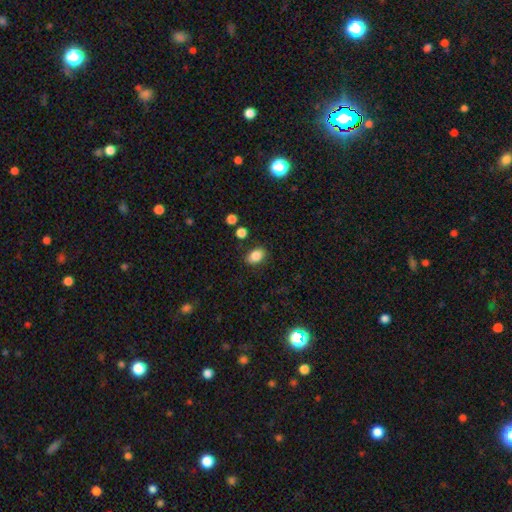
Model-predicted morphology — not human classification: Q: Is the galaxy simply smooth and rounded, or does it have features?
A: smooth — 85%.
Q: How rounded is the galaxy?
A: in between — 82%.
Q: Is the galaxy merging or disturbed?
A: none — 82%.